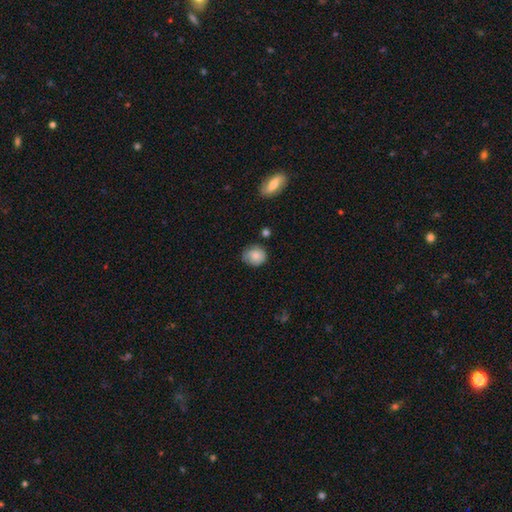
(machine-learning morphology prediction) smooth 79%, featured or disk 13%, star or artifact 8%. Down the decision tree: how rounded — round (73%); merging — none (67%).